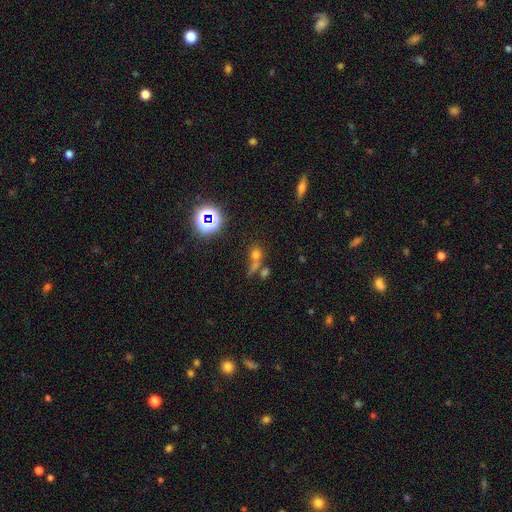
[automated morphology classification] smooth_or_featured: smooth (p=0.50) [alt: star or artifact p=0.36]
merging: none (p=0.48) [alt: merger p=0.36]